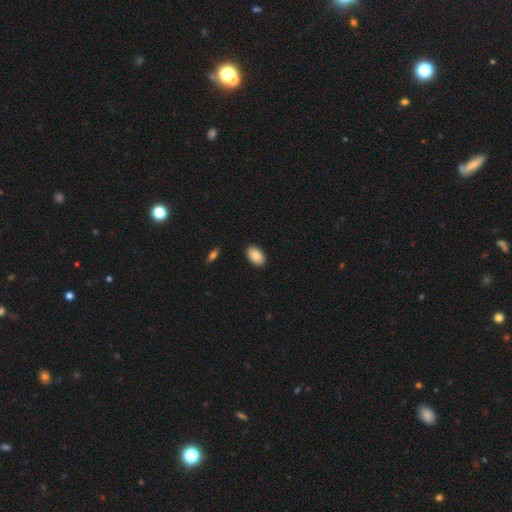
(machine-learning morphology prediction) The model was most divided on "smooth or featured": smooth: 86%, featured or disk: 7%, star or artifact: 7%. More confident: how rounded — in between (94%); merging — none (90%).